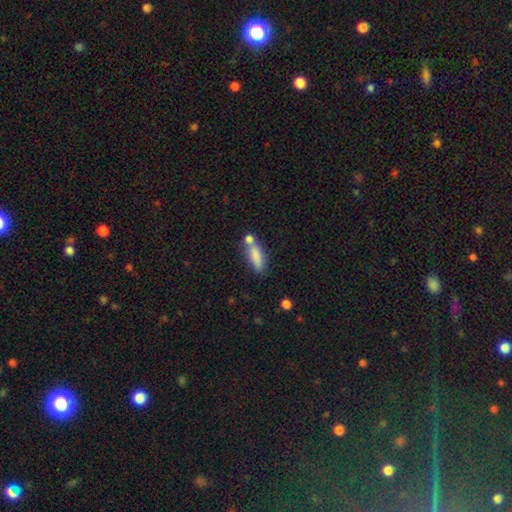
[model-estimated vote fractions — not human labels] This is likely a smooth galaxy (80%). How rounded: possibly in between (50%). Merging: possibly none (49%).